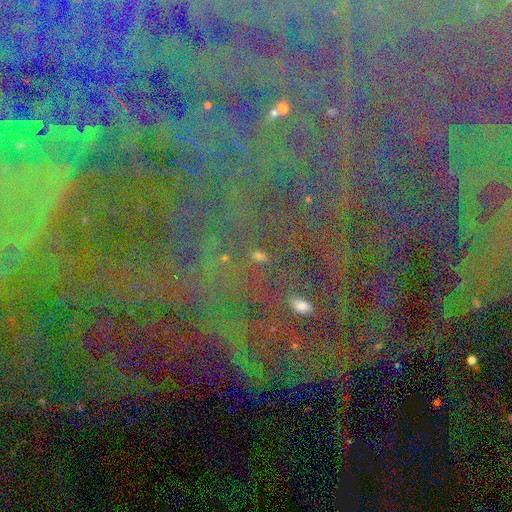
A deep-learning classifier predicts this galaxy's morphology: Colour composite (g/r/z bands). It shows a star or artifact, not a galaxy (84%).